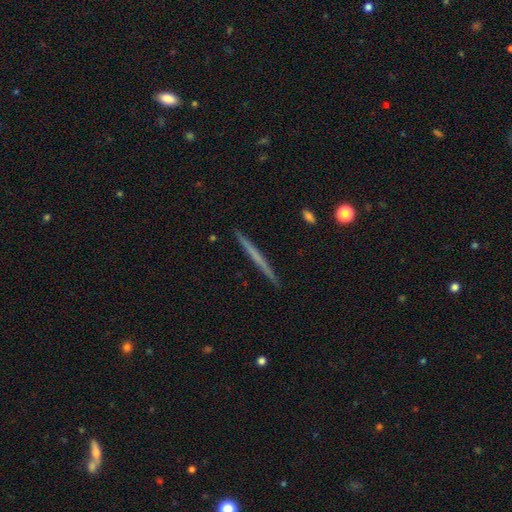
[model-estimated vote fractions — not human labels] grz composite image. It shows a featured or disk galaxy (51%) viewed edge-on (98%) with no central bulge (91%). Merging: none (92%).